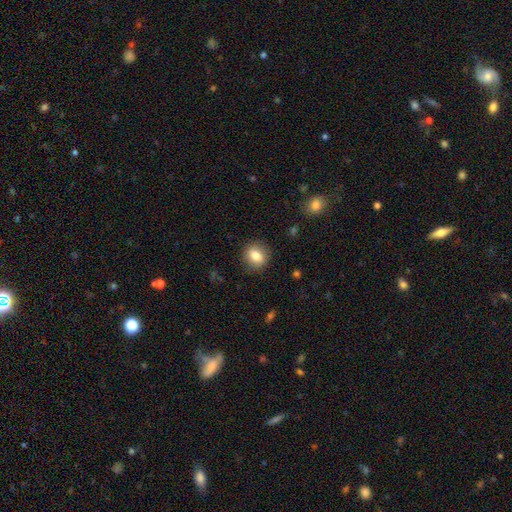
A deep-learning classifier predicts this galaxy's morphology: smooth 81%, featured or disk 10%, star or artifact 9%. Down the decision tree: how rounded — round (66%); merging — none (87%).